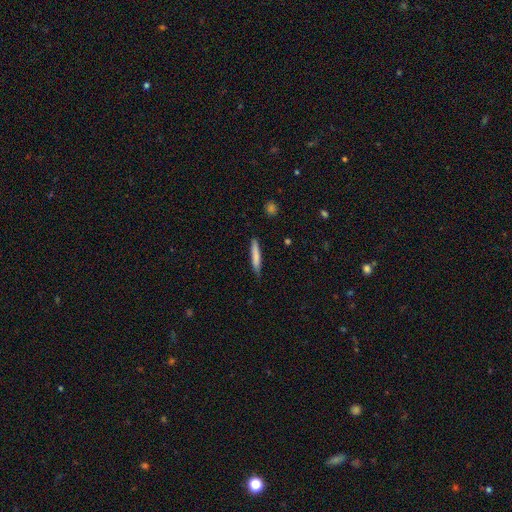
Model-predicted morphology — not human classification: smooth 79%, featured or disk 15%, star or artifact 6%. Down the decision tree: how rounded — cigar-shaped (93%); merging — none (85%).